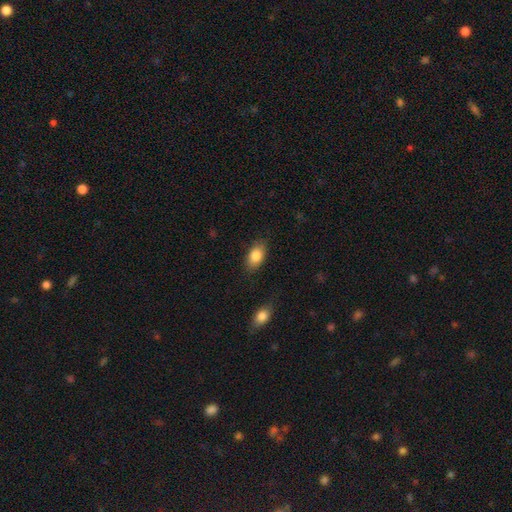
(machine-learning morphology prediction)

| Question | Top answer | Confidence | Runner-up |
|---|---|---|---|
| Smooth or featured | smooth | 84% | featured or disk (8%) |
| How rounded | in between | 90% | round (8%) |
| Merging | none | 83% | minor disturbance (12%) |